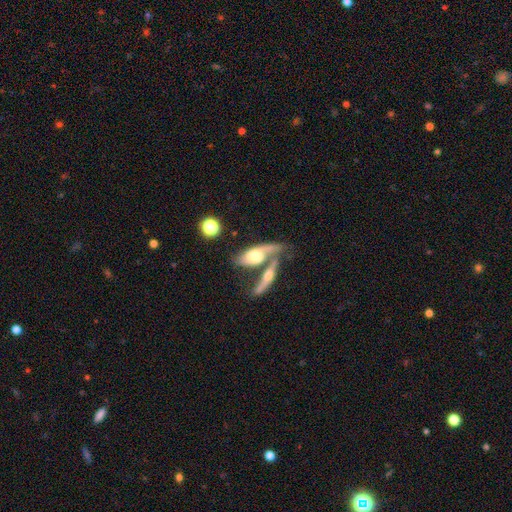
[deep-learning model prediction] The model was most divided on "merging": merger: 58%, none: 22%, minor disturbance: 10%, major disturbance: 9%. More confident: edge-on disk — no (71%); smooth or featured — featured or disk (68%).